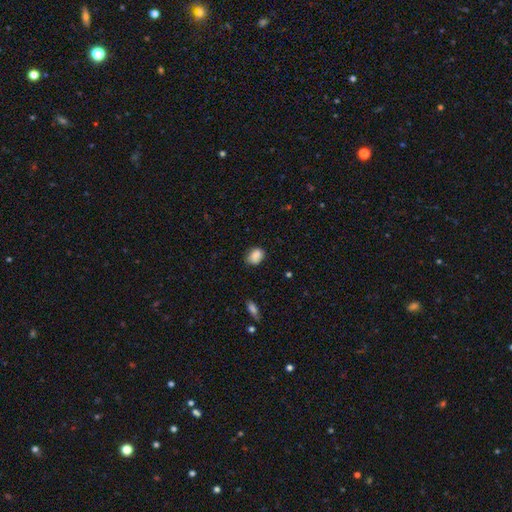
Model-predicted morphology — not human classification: Q: Smooth or featured?
A: smooth (84%); runner-up: star or artifact (9%)
Q: How rounded?
A: in between (63%); runner-up: round (36%)
Q: Merging?
A: none (67%); runner-up: minor disturbance (25%)